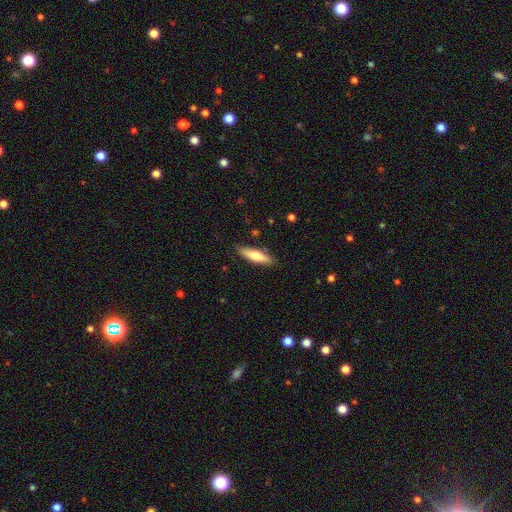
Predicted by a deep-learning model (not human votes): Smooth or featured?
  - smooth: 66% *
  - featured or disk: 28%
  - star or artifact: 6%
How rounded?
  - cigar-shaped: 67% *
  - in between: 31%
  - round: 2%
Merging?
  - none: 86% *
  - minor disturbance: 10%
  - major disturbance: 2%
  - merger: 1%